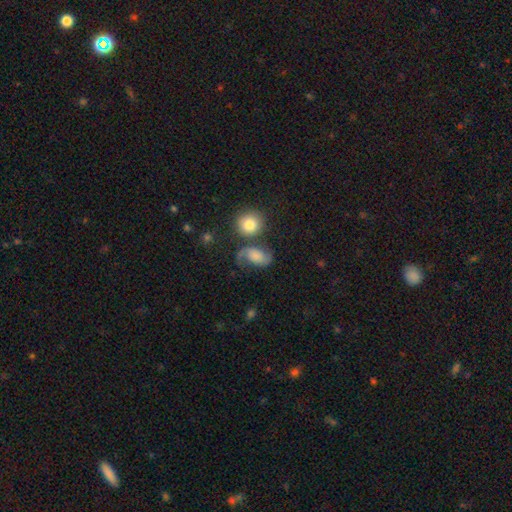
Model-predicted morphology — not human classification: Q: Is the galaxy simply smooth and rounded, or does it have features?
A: featured or disk — 51%.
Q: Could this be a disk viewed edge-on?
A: no — 97%.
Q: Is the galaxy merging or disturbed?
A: none — 44%.